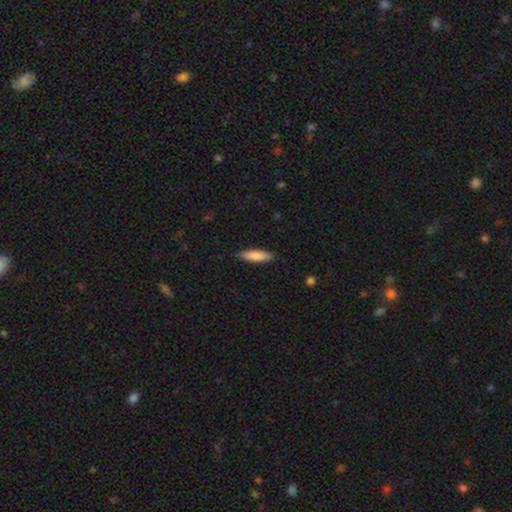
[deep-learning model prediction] A smooth galaxy with no disk features (84%) that is cigar-shaped (63%).

Vote fractions:
- Smooth or featured? smooth: 84% / featured or disk: 11% / star or artifact: 6%
- How rounded? cigar-shaped: 63% / in between: 36% / round: 1%
- Merging? none: 86% / minor disturbance: 11% / major disturbance: 2% / merger: 1%